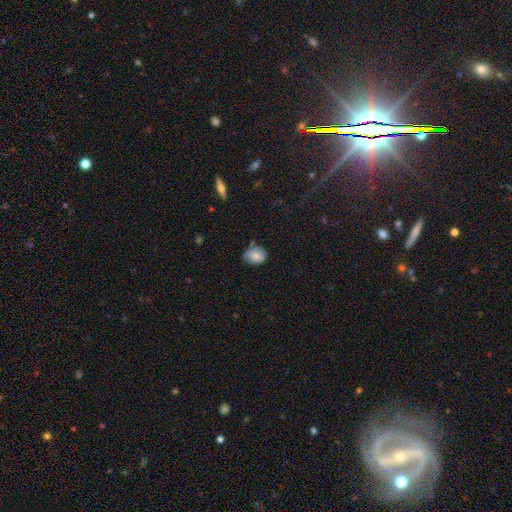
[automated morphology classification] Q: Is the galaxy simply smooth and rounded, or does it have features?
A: smooth — 77%.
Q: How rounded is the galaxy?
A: in between — 57%.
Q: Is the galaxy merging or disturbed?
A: none — 56%.